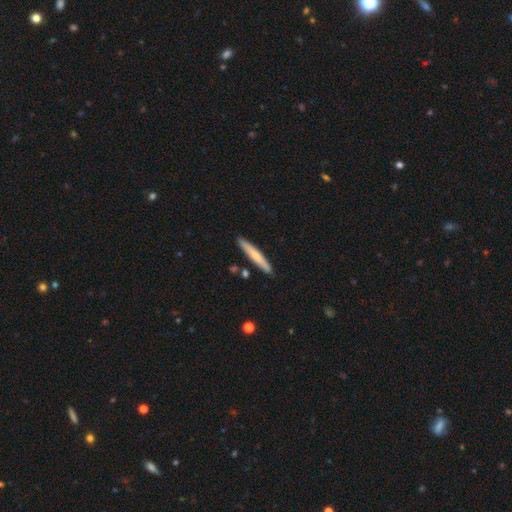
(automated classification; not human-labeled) Q: Smooth or featured?
A: smooth (69%); runner-up: featured or disk (25%)
Q: How rounded?
A: cigar-shaped (94%); runner-up: in between (4%)
Q: Merging?
A: none (88%); runner-up: minor disturbance (8%)